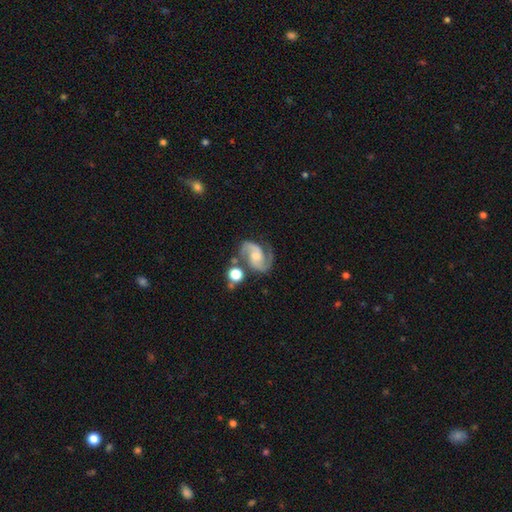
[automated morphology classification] A featured or disk galaxy (90%) with no bar (51%), 2 (93%) medium (60%) spiral arms (98%) and a moderate central bulge (46%). Merging: none (69%).